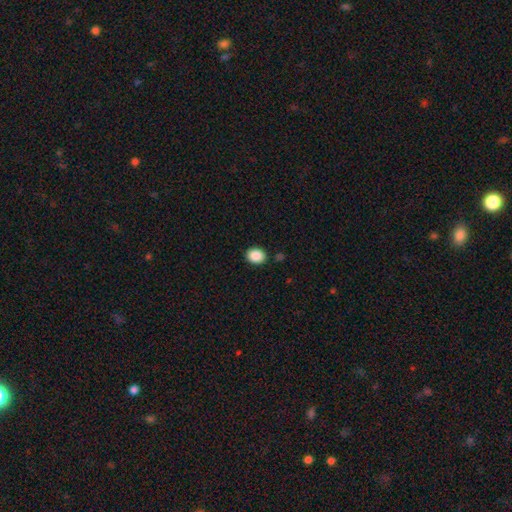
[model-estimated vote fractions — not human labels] This is clearly a smooth galaxy (88%). How rounded: possibly round (51%). Merging: clearly none (88%).